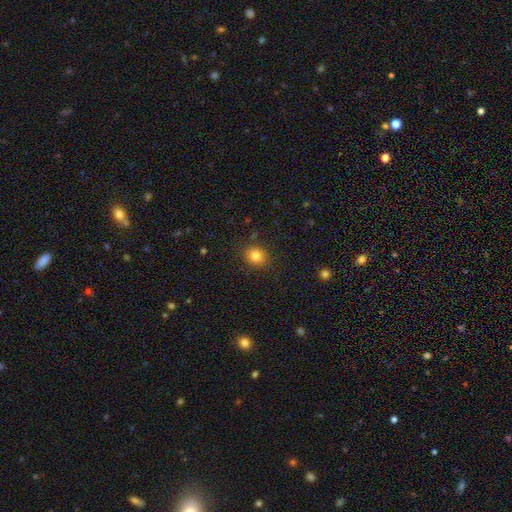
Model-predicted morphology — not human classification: A smooth galaxy with no disk features (82%) that is round (79%).

Vote fractions:
- Smooth or featured? smooth: 82% / star or artifact: 12% / featured or disk: 6%
- How rounded? round: 79% / in between: 20% / cigar-shaped: 1%
- Merging? none: 87% / minor disturbance: 9% / major disturbance: 3% / merger: 1%